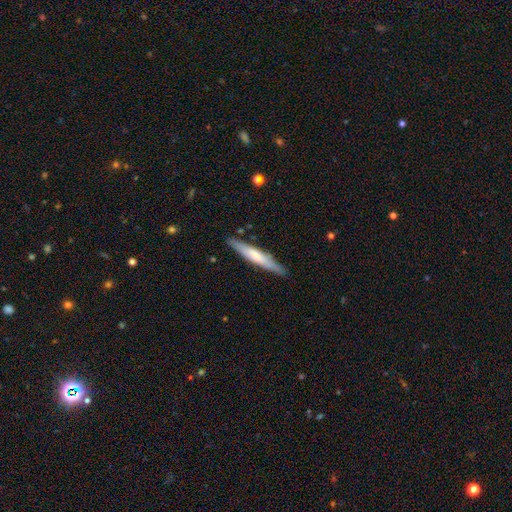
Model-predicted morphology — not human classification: type=smooth (55%); roundness=cigar-shaped (93%); merging=none (87%).